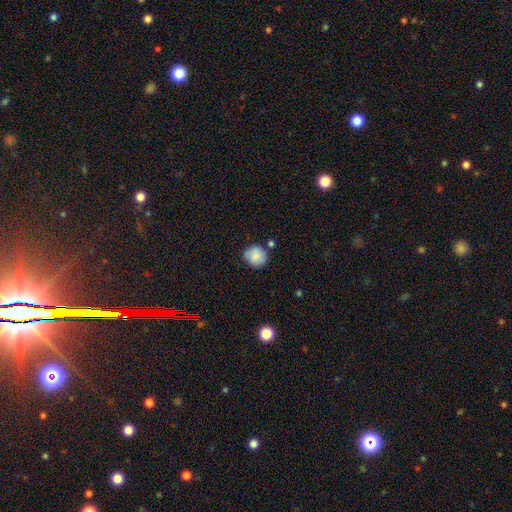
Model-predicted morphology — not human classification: Smooth or featured: smooth — 83% (featured or disk — 9%)
How rounded: round — 88% (in between — 11%)
Merging: none — 67% (minor disturbance — 20%)